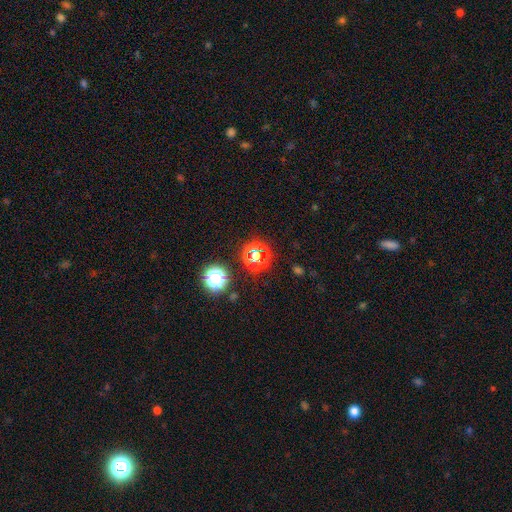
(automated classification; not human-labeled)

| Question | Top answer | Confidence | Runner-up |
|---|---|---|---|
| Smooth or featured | star or artifact | 62% | smooth (29%) |